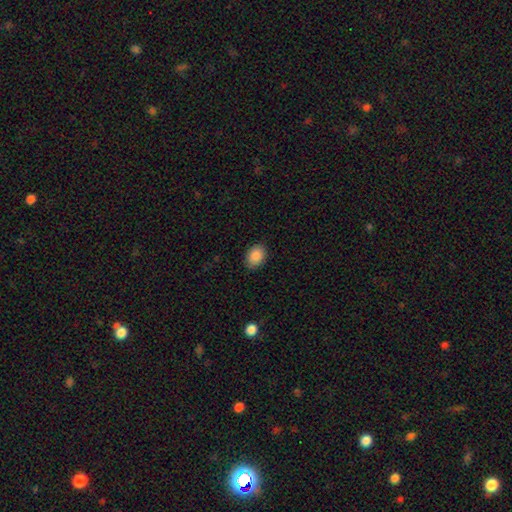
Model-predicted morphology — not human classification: Overall: smooth (88%). How rounded: in between (75%). Merging: none (86%).